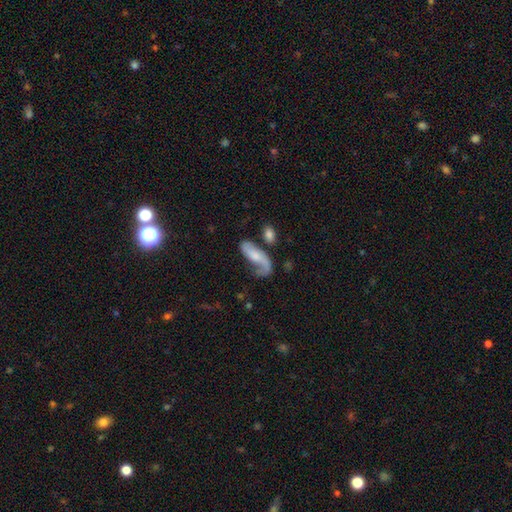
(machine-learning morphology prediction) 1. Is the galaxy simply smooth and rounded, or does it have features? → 61% featured or disk, 32% smooth, 7% star or artifact.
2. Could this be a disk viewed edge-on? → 90% no, 10% yes.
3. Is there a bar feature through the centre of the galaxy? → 60% no, 29% weak, 11% strong.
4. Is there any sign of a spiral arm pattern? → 87% yes, 13% no.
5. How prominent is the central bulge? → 38% small, 34% moderate, 19% none, 7% large, 2% dominant.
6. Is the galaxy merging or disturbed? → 40% none, 26% major disturbance, 22% minor disturbance, 13% merger.